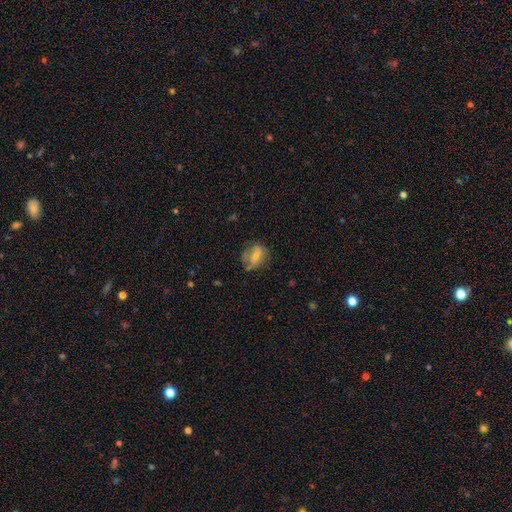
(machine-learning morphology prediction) smooth-or-featured: featured or disk: 45% | smooth: 42% | star or artifact: 13%
  merging: none: 66% | minor disturbance: 22% | major disturbance: 10% | merger: 2%